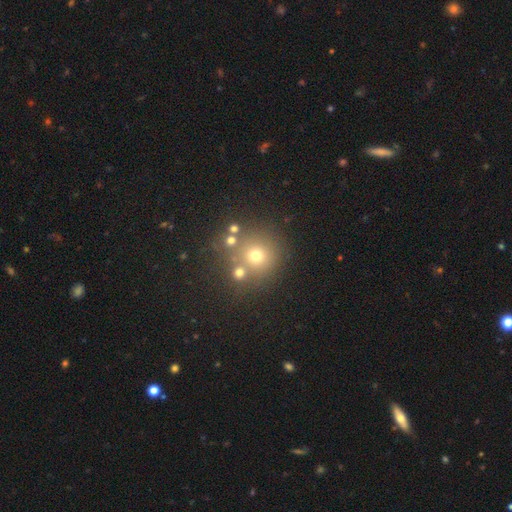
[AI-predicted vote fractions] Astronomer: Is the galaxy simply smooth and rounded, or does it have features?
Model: smooth — 64%.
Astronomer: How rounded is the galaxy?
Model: round — 91%.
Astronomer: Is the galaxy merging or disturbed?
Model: none — 67%.